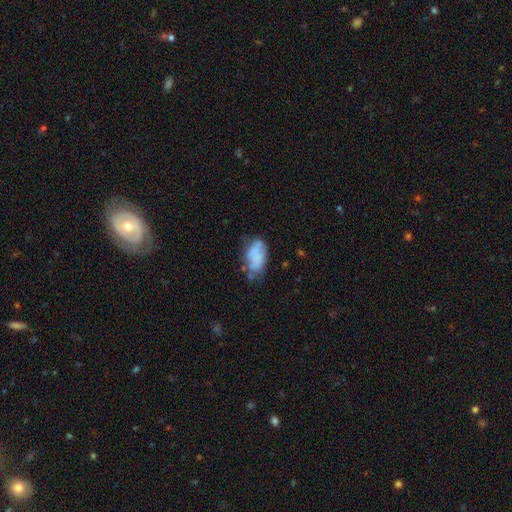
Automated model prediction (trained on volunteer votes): A smooth galaxy with no disk features (62%) that is in between round and cigar-shaped (92%). Merging: none (46%).